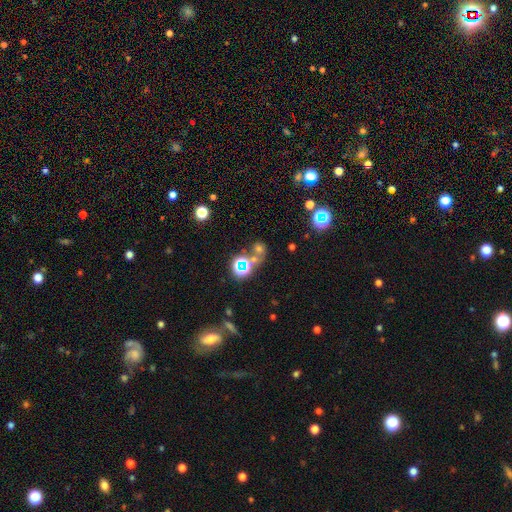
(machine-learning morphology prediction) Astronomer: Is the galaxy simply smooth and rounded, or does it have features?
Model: star or artifact — 49% (runner-up: smooth, 37%).